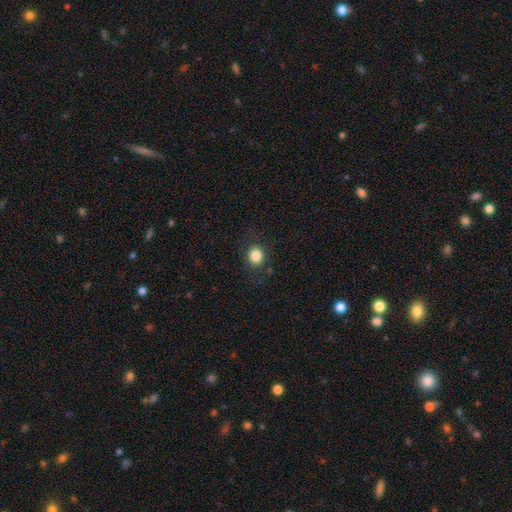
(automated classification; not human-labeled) Overall: smooth (84%). How rounded: round (71%). Merging: none (83%).